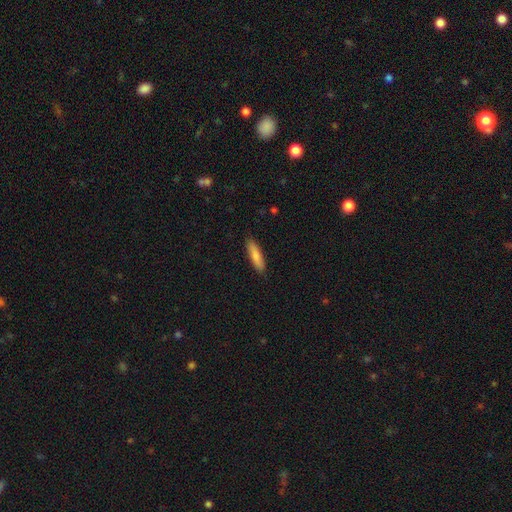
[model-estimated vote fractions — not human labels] Smooth or featured: smooth — 80% (featured or disk — 15%)
How rounded: cigar-shaped — 73% (in between — 26%)
Merging: none — 88% (minor disturbance — 9%)